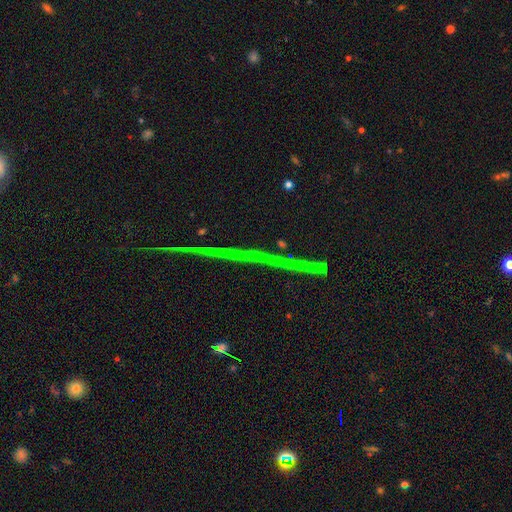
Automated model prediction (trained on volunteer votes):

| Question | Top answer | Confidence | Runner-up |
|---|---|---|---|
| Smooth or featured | star or artifact | 78% | featured or disk (14%) |